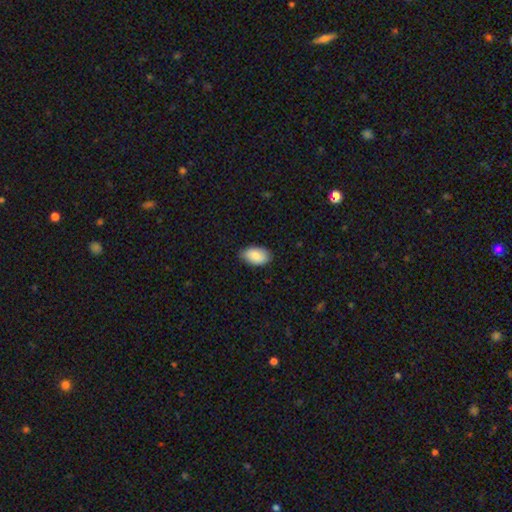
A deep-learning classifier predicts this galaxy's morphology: This is clearly a smooth galaxy (86%). How rounded: clearly in between (93%). Merging: clearly none (81%).